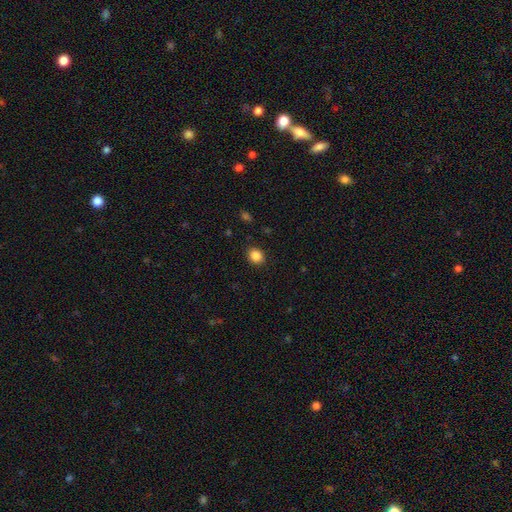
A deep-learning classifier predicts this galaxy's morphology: Q: Smooth or featured?
A: smooth (86%); runner-up: star or artifact (10%)
Q: How rounded?
A: round (69%); runner-up: in between (30%)
Q: Merging?
A: none (90%); runner-up: minor disturbance (7%)